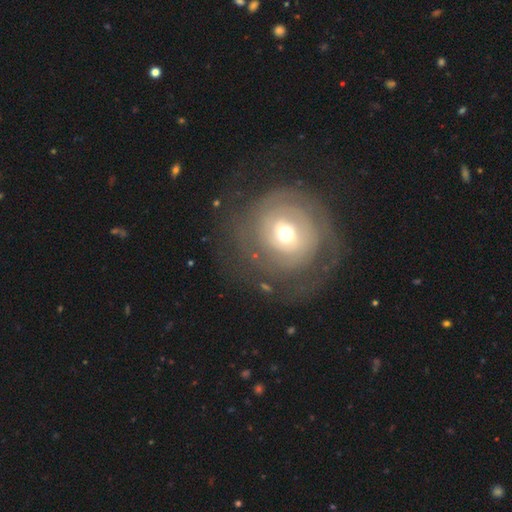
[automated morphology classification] Smooth or featured? Predicted: featured or disk (p=0.69). Edge-on disk? Predicted: no (p=0.97). Bar? Predicted: no (p=0.54). Spiral arms? Predicted: yes (p=0.75). Spiral winding? Predicted: tight (p=0.73). Spiral arm count? Predicted: can't tell (p=0.48). Bulge size? Predicted: moderate (p=0.60). Merging? Predicted: none (p=0.74).